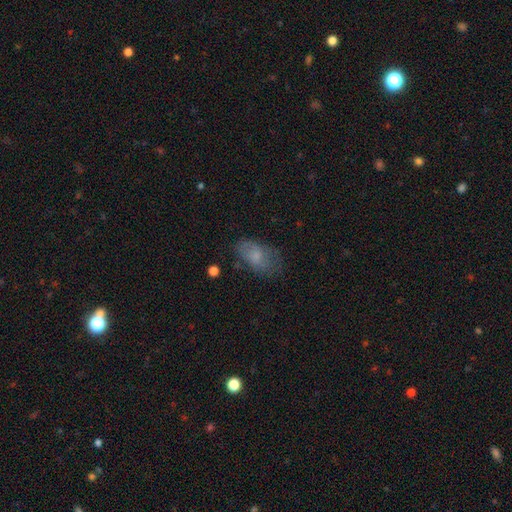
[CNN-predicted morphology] Smooth or featured?
  - smooth: 70% *
  - featured or disk: 22%
  - star or artifact: 9%
How rounded?
  - in between: 91% *
  - round: 7%
  - cigar-shaped: 3%
Merging?
  - none: 60% *
  - minor disturbance: 26%
  - major disturbance: 12%
  - merger: 2%